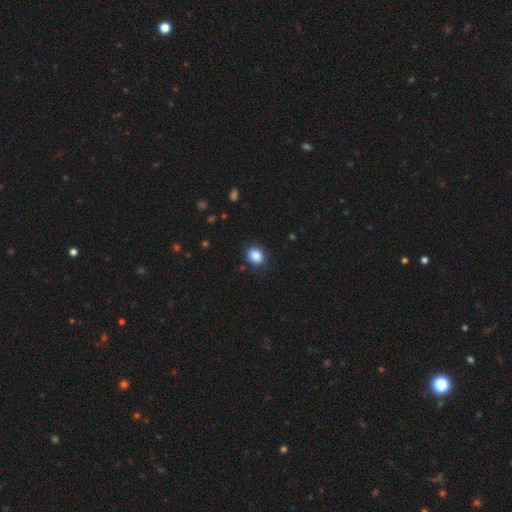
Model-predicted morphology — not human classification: This is clearly a smooth galaxy (87%). How rounded: likely round (64%). Merging: clearly none (83%).